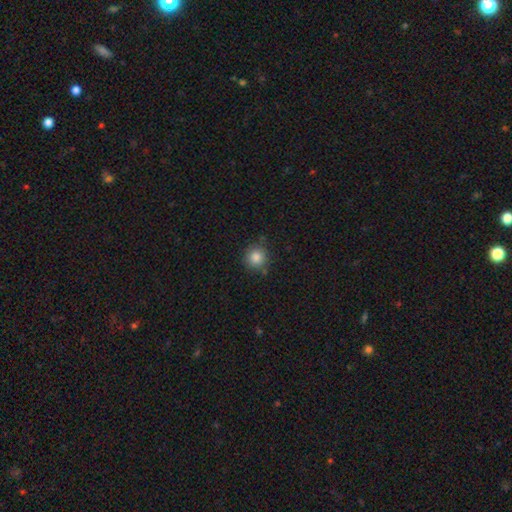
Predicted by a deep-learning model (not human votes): Smooth or featured? smooth (85%)
How rounded? round (93%)
Merging? none (83%)